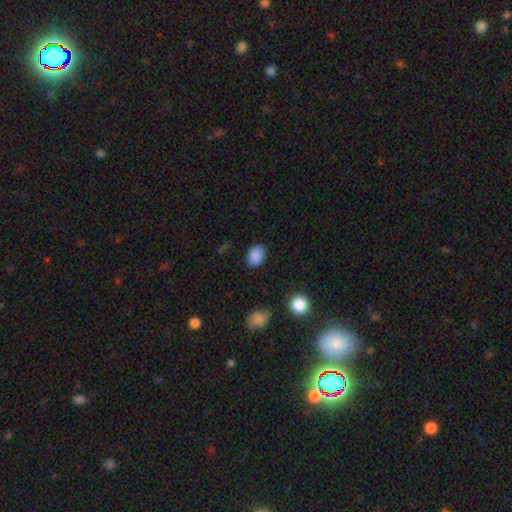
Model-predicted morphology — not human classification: The model was most divided on "how rounded": in between: 77%, round: 22%, cigar-shaped: 1%. More confident: smooth or featured — smooth (87%); merging — none (85%).